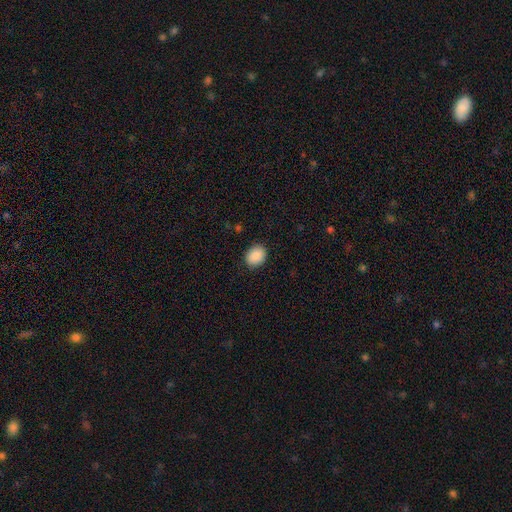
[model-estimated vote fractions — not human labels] A smooth galaxy with no disk features (89%) that is round (50%). Merging: none (88%).